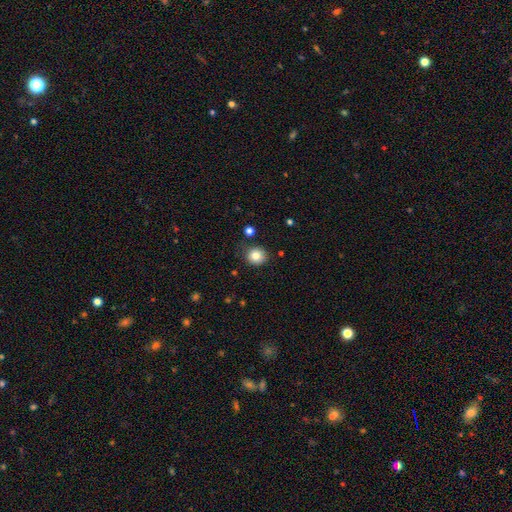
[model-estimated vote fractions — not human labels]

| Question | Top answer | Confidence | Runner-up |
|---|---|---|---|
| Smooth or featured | smooth | 82% | star or artifact (10%) |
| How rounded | round | 83% | in between (16%) |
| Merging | none | 82% | minor disturbance (13%) |